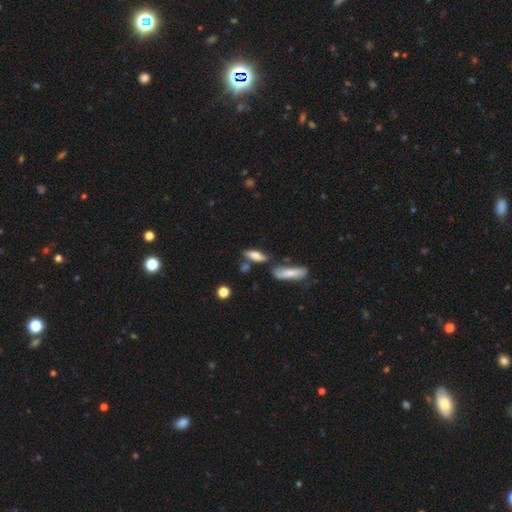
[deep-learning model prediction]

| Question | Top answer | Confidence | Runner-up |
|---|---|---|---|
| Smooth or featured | smooth | 67% | featured or disk (25%) |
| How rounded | in between | 49% | cigar-shaped (48%) |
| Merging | none | 60% | minor disturbance (19%) |